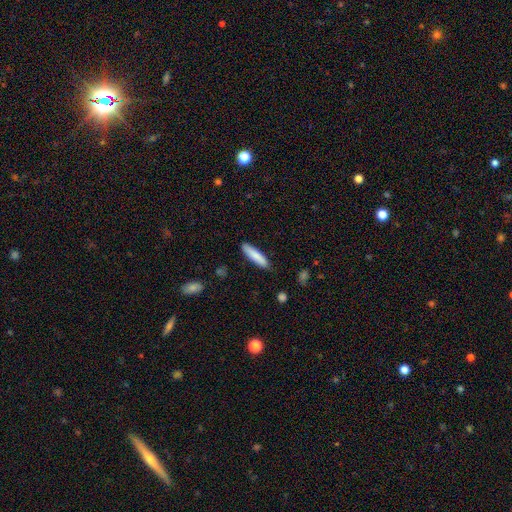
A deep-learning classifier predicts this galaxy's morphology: A smooth galaxy with no disk features (84%) that is cigar-shaped (80%). Merging: none (88%).